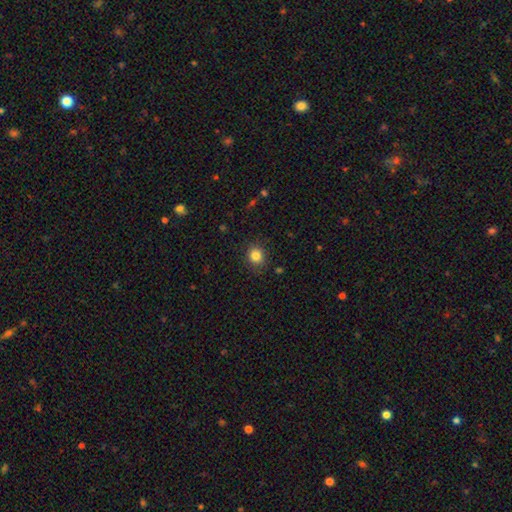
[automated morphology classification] Smooth or featured?
  - smooth: 84% *
  - star or artifact: 11%
  - featured or disk: 5%
How rounded?
  - round: 81% *
  - in between: 18%
  - cigar-shaped: 1%
Merging?
  - none: 87% *
  - minor disturbance: 9%
  - major disturbance: 3%
  - merger: 1%